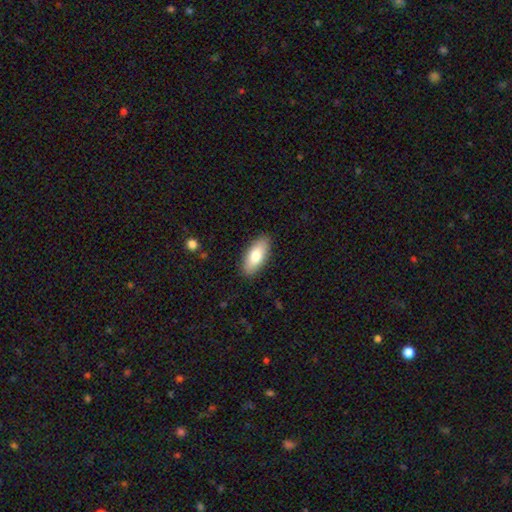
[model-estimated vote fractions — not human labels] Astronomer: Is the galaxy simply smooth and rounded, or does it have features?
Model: smooth — 79%.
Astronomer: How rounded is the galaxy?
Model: in between — 87%.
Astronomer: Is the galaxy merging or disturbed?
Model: none — 88%.